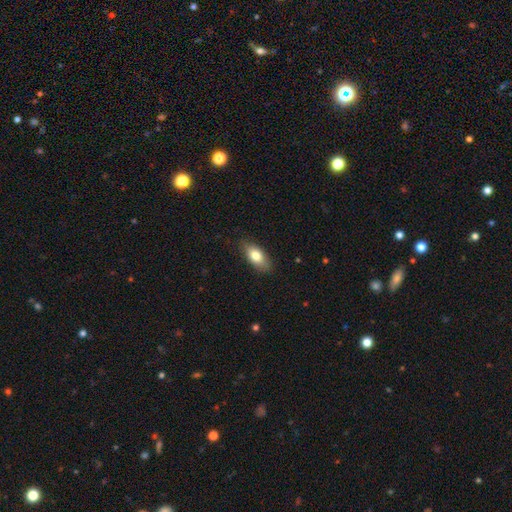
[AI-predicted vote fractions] Smooth or featured: smooth — 78% (featured or disk — 16%)
How rounded: in between — 86% (cigar-shaped — 9%)
Merging: none — 82% (minor disturbance — 14%)